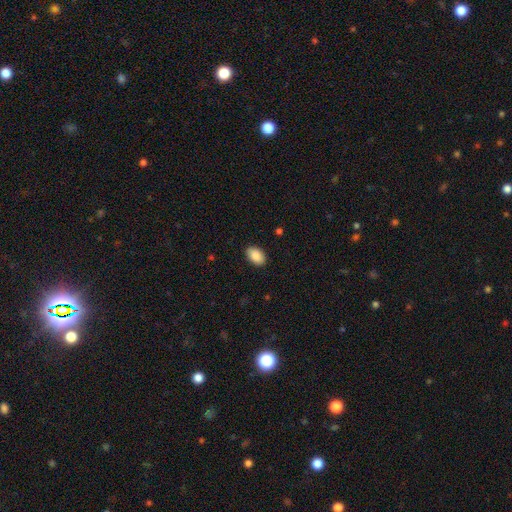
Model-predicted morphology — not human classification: A smooth galaxy with no disk features (90%) that is in between round and cigar-shaped (91%).

Vote fractions:
- Smooth or featured? smooth: 90% / star or artifact: 7% / featured or disk: 3%
- How rounded? in between: 91% / round: 8% / cigar-shaped: 1%
- Merging? none: 88% / minor disturbance: 9% / major disturbance: 2% / merger: 1%